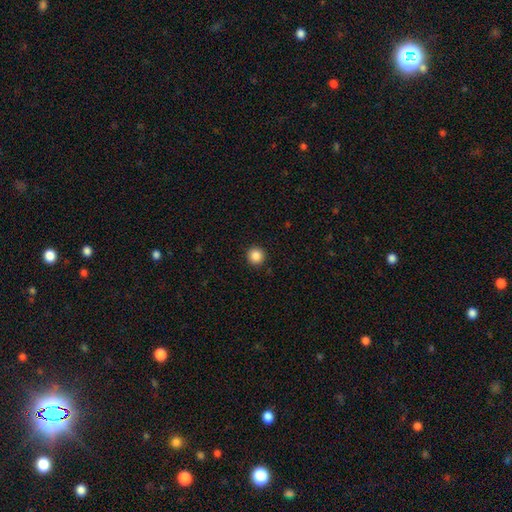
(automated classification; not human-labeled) Smooth or featured: smooth — 87% (star or artifact — 10%)
How rounded: round — 96% (in between — 3%)
Merging: none — 93% (minor disturbance — 5%)